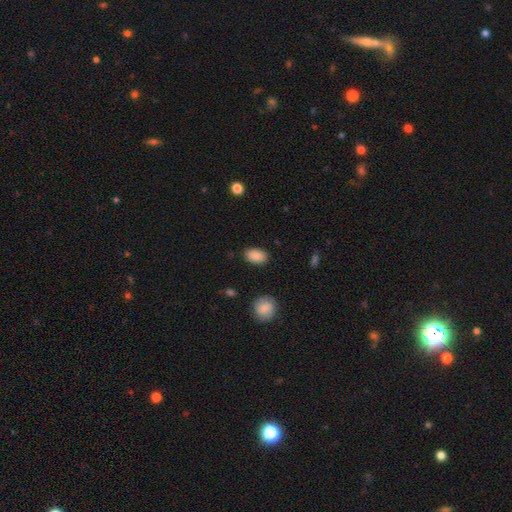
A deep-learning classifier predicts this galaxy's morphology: Overall: smooth (89%). How rounded: in between (91%). Merging: none (87%).